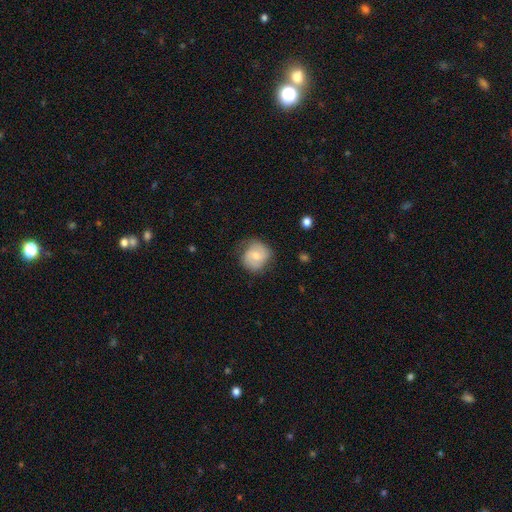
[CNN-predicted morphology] Smooth or featured? smooth (52%)
How rounded? round (81%)
Merging? none (69%)